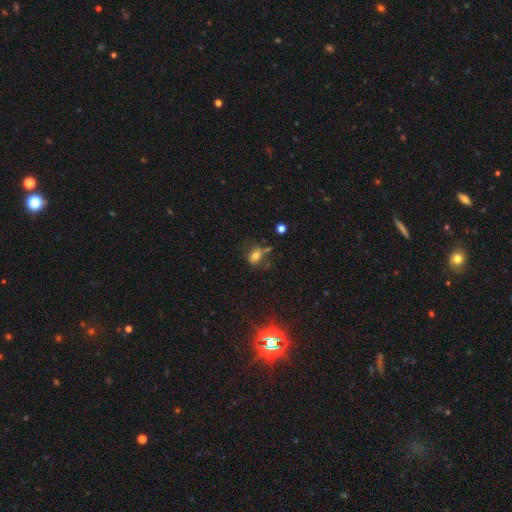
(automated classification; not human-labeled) Overall: smooth (68%). How rounded: in between (62%; round 36%). Merging: none (53%; minor disturbance 23%).